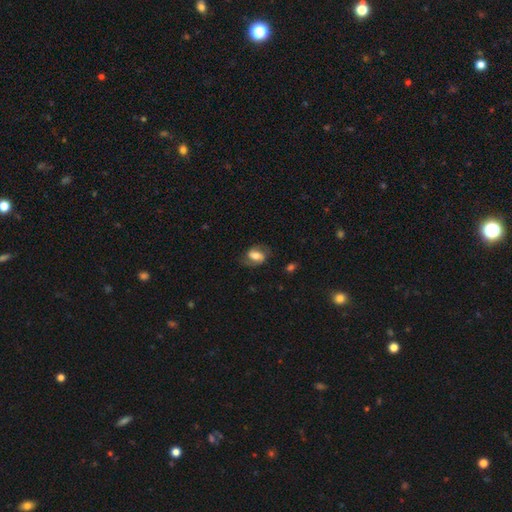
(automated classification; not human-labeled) smooth 47%, featured or disk 45%, star or artifact 8%. Down the decision tree: merging — none (68%).